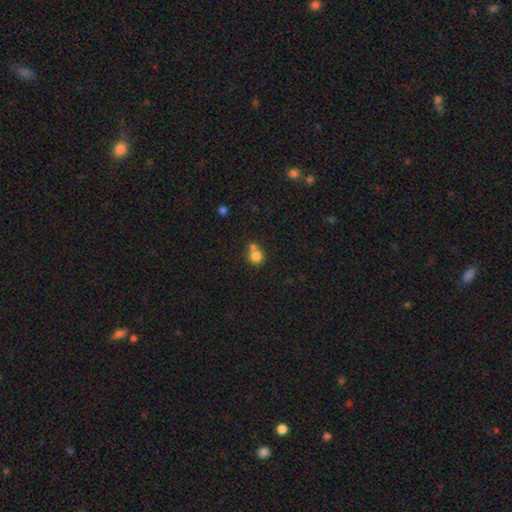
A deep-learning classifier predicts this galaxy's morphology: smooth 80%, star or artifact 11%, featured or disk 9%. Down the decision tree: how rounded — round (87%); merging — none (47%).